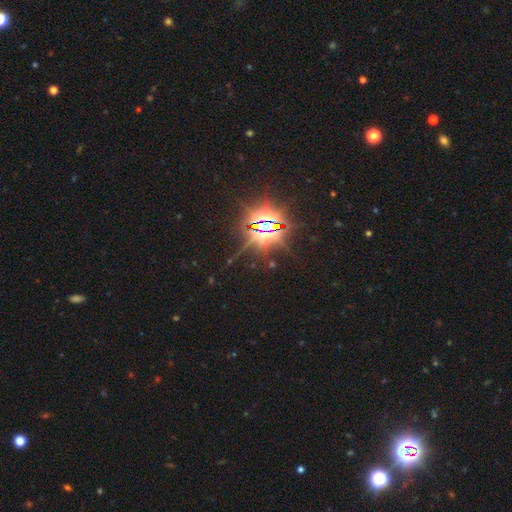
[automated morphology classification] Overall: star or artifact (86%).